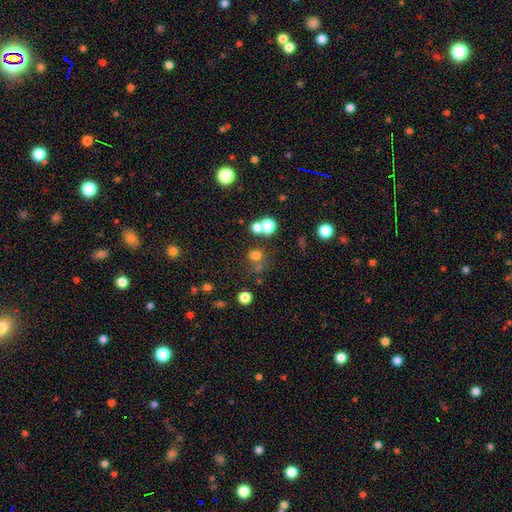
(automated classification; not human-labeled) This is likely a smooth galaxy (66%). How rounded: likely round (77%). Merging: possibly none (54%).